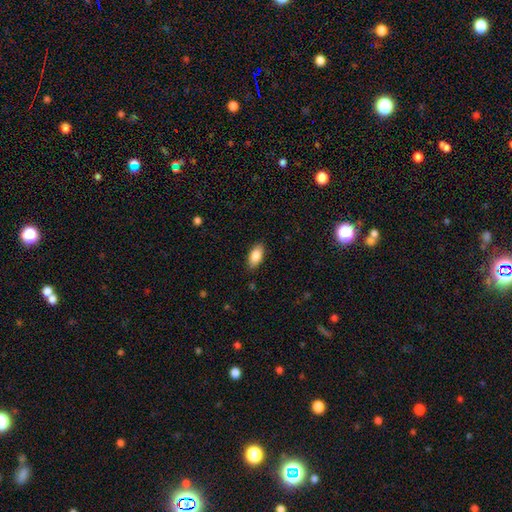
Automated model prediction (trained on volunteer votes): smooth 86%, featured or disk 7%, star or artifact 7%. Down the decision tree: how rounded — in between (92%); merging — none (87%).